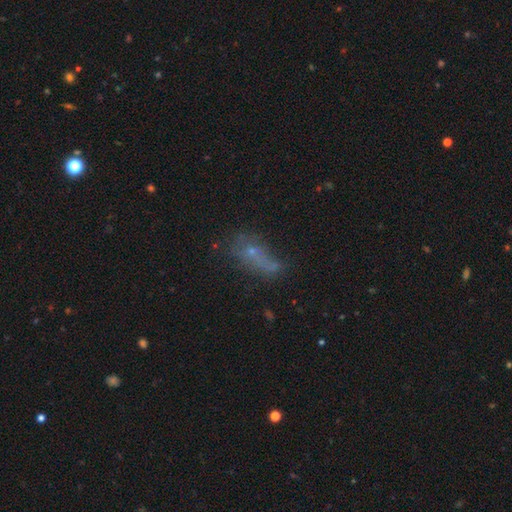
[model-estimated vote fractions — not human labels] The model was most divided on "merging": none: 36%, major disturbance: 26%, minor disturbance: 22%, merger: 16%. Remaining: smooth or featured — smooth (46%).